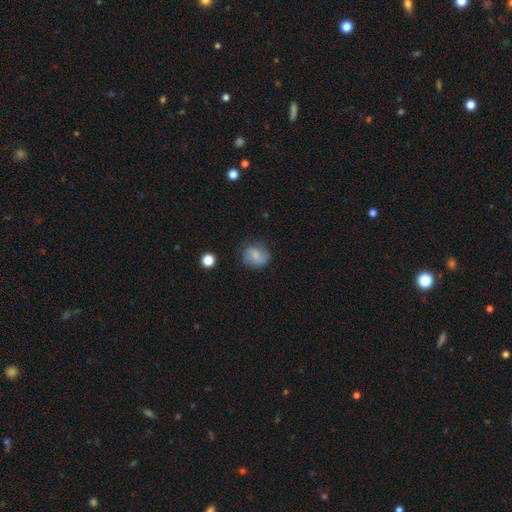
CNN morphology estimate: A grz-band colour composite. It shows a smooth galaxy with no disk features (63%) that is round (69%). Merging: none (69%).